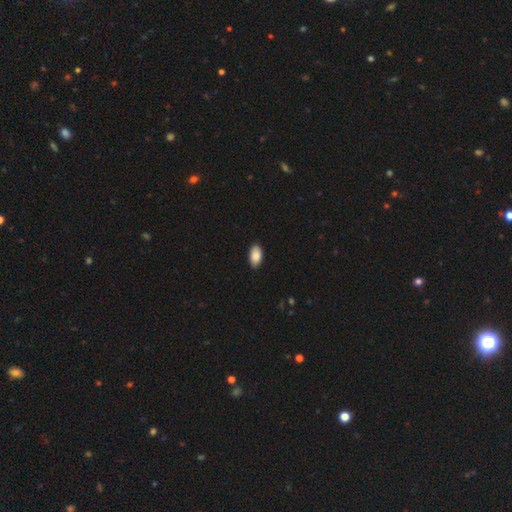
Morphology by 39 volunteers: Overall: smooth (82%). How rounded: in between (94%). Merging: none (89%).